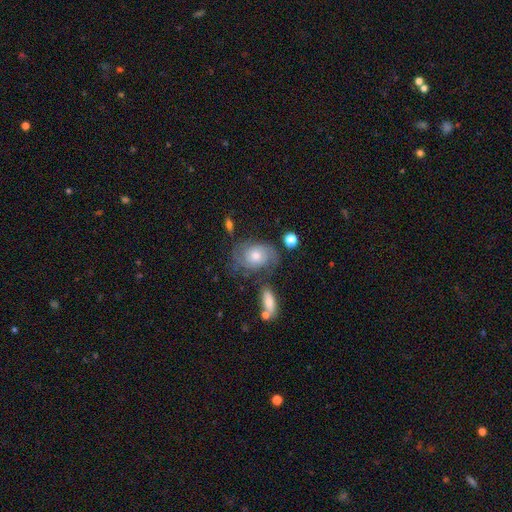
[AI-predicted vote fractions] Morphology: type=featured or disk (64%); edge-on=no (96%); bar=no (80%); spiral arms=yes (85%); winding=tight (56%); arm count=2 (47%); bulge=moderate (62%); merging=none (56%).